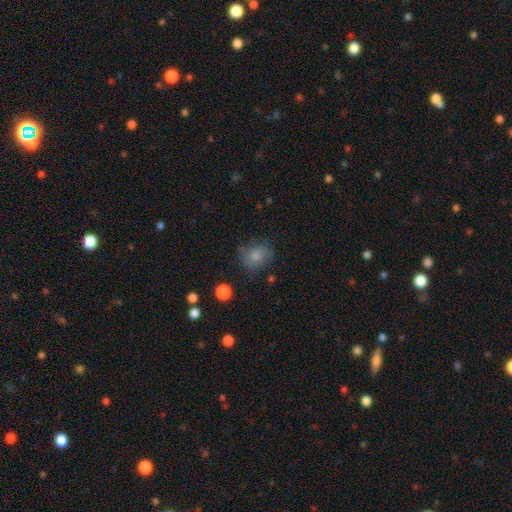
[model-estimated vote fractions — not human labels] Smooth or featured? smooth (78%)
How rounded? round (56%)
Merging? none (67%)